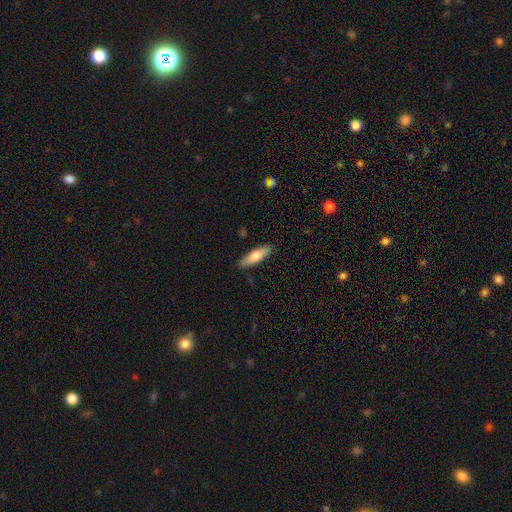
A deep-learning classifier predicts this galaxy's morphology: Smooth or featured? Predicted: smooth (p=0.71). How rounded? Predicted: cigar-shaped (p=0.58). Merging? Predicted: none (p=0.89).